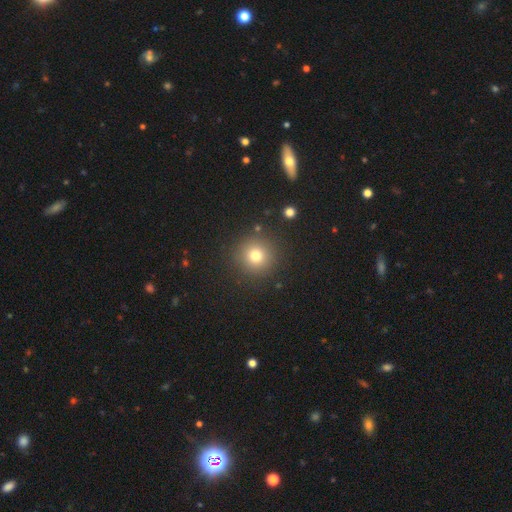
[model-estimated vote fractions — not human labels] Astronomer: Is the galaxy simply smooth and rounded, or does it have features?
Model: smooth — 77%.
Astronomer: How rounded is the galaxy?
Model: round — 95%.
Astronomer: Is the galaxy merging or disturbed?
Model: none — 89%.